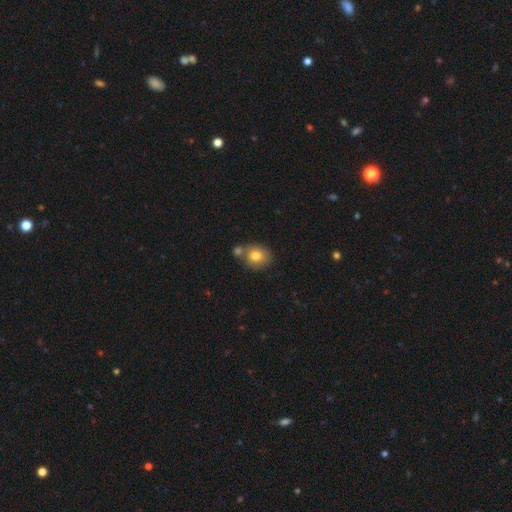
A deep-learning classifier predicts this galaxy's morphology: Smooth or featured? Predicted: smooth (p=0.80). How rounded? Predicted: round (p=0.75). Merging? Predicted: none (p=0.56).